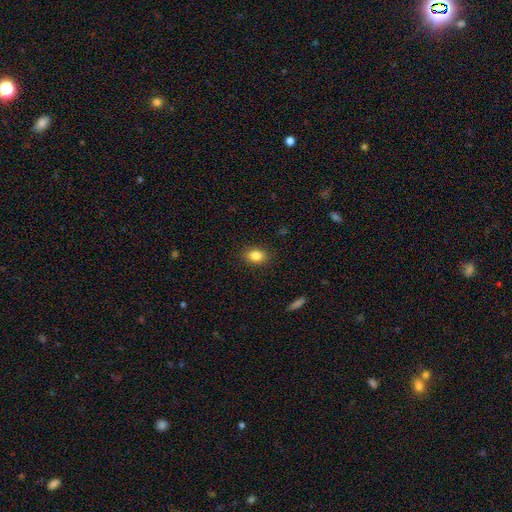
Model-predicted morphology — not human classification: This appears to be a smooth galaxy with no disk features (85%) that is in between round and cigar-shaped (81%). Merging: none (88%).